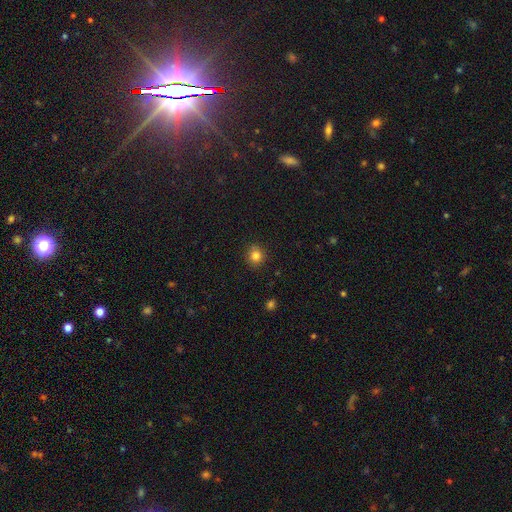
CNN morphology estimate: This appears to be a smooth galaxy with no disk features (82%) that is round (88%). Merging: none (88%).